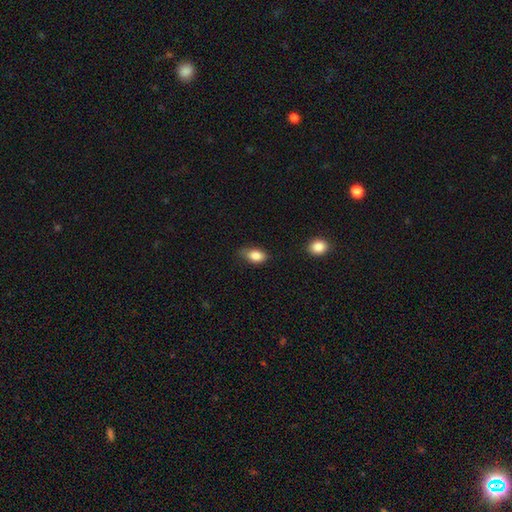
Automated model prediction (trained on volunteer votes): Overall: smooth (83%). How rounded: in between (84%). Merging: none (65%; minor disturbance 28%).